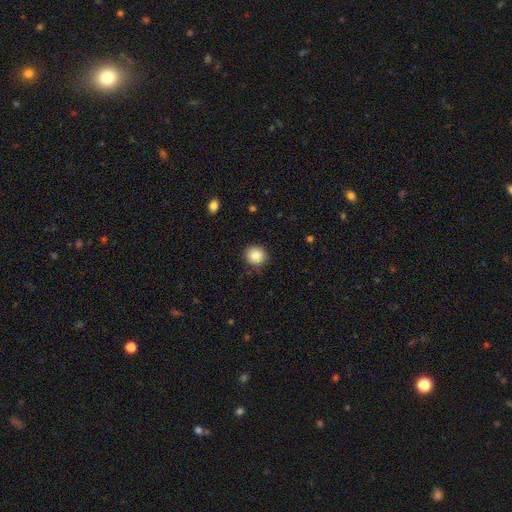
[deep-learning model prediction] Morphology: type=smooth (86%); roundness=round (86%); merging=none (88%).